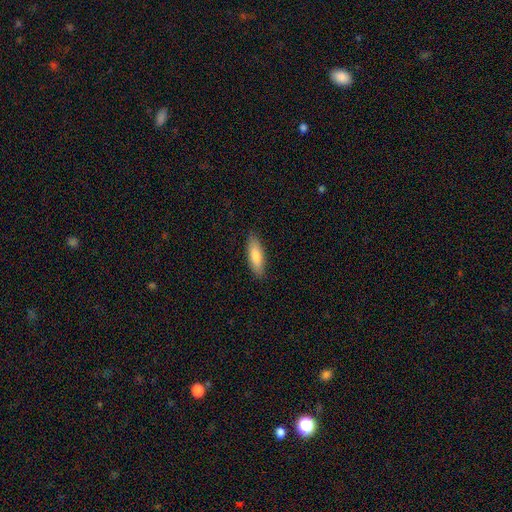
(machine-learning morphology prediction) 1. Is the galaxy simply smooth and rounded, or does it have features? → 79% smooth, 15% featured or disk, 6% star or artifact.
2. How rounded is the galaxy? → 52% in between, 46% cigar-shaped, 2% round.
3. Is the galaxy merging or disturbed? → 88% none, 9% minor disturbance, 2% major disturbance, 1% merger.